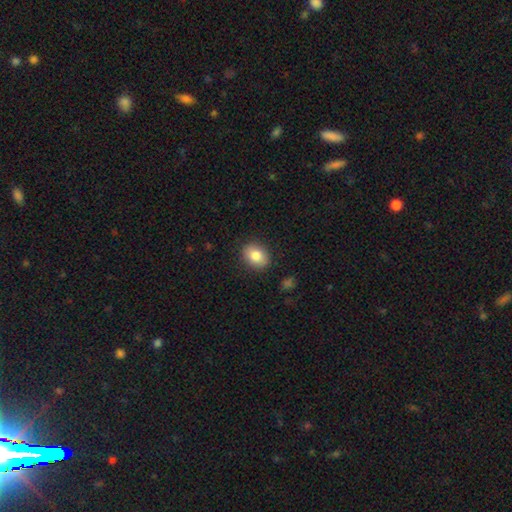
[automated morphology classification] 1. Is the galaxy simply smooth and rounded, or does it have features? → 83% smooth, 9% featured or disk, 8% star or artifact.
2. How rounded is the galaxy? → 54% in between, 45% round, 1% cigar-shaped.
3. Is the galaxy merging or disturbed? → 88% none, 9% minor disturbance, 2% major disturbance, 1% merger.